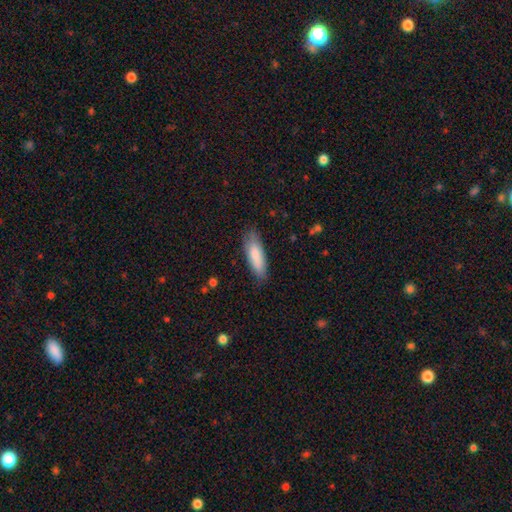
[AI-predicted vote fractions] Q: Smooth or featured?
A: smooth (84%); runner-up: featured or disk (10%)
Q: How rounded?
A: in between (51%); runner-up: cigar-shaped (48%)
Q: Merging?
A: none (80%); runner-up: minor disturbance (16%)